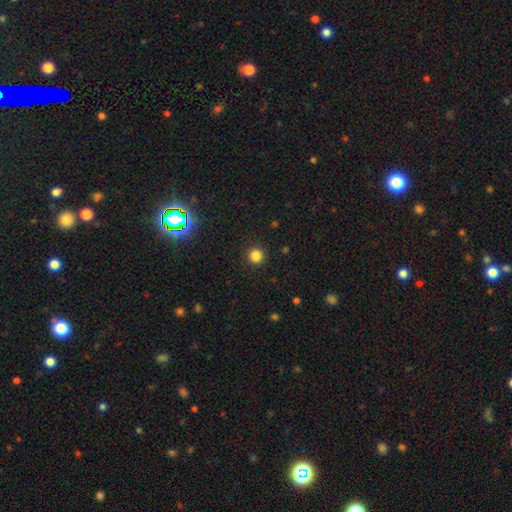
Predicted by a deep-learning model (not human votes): Smooth or featured: smooth — 83% (star or artifact — 14%)
How rounded: round — 91% (in between — 8%)
Merging: none — 91% (minor disturbance — 6%)